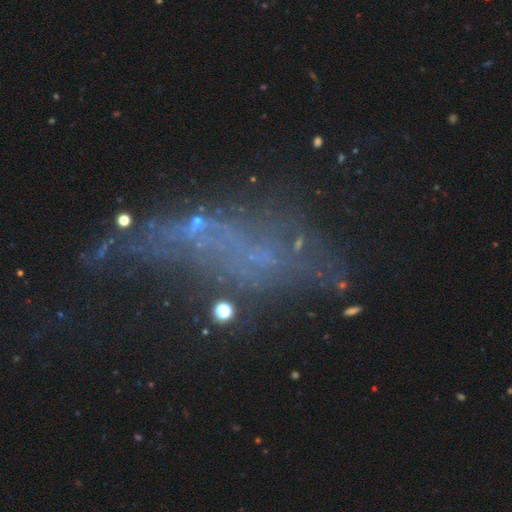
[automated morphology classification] The model was most divided on "merging": major disturbance: 40%, none: 31%, minor disturbance: 16%, merger: 13%. Remaining: smooth or featured — featured or disk (46%).